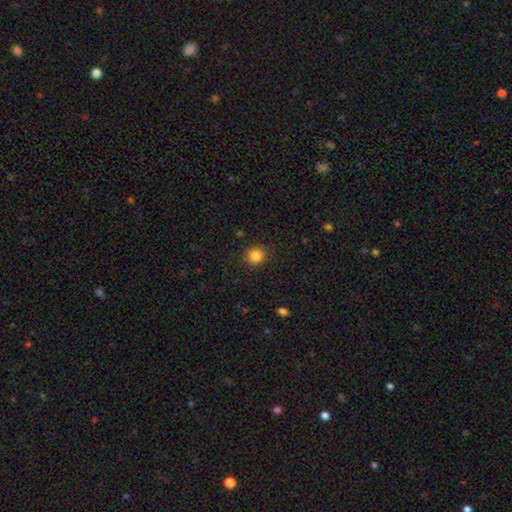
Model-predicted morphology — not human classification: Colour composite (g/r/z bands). It shows a smooth galaxy with no disk features (85%) that is round (90%). Merging: none (90%).